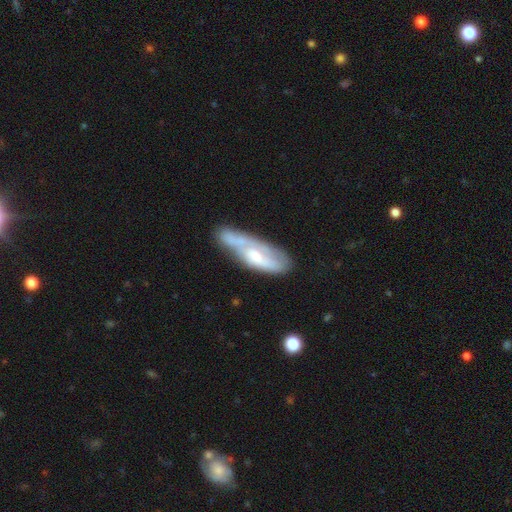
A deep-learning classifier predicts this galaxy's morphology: Smooth or featured: featured or disk — 55% (smooth — 38%)
Edge-on disk: no — 77% (yes — 23%)
Merging: none — 43% (minor disturbance — 28%)